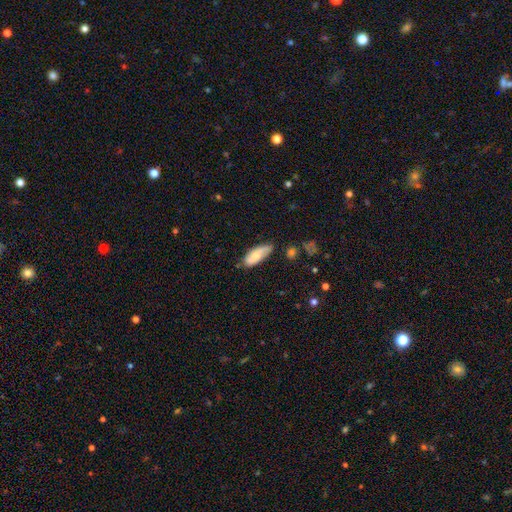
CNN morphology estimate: This is likely a smooth galaxy (65%). How rounded: likely in between (75%). Merging: likely none (65%).